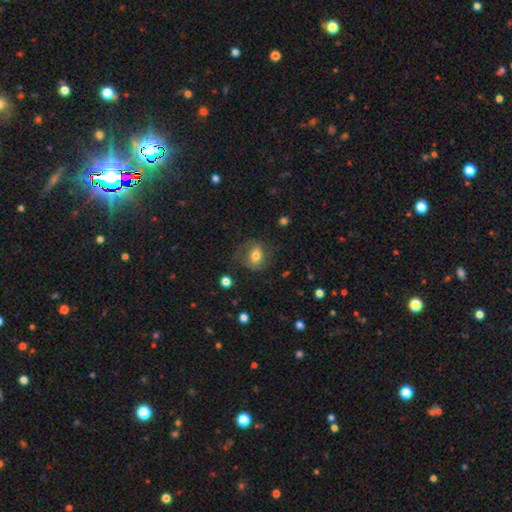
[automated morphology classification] Smooth or featured: smooth — 71% (featured or disk — 19%)
How rounded: in between — 59% (round — 39%)
Merging: none — 64% (minor disturbance — 21%)